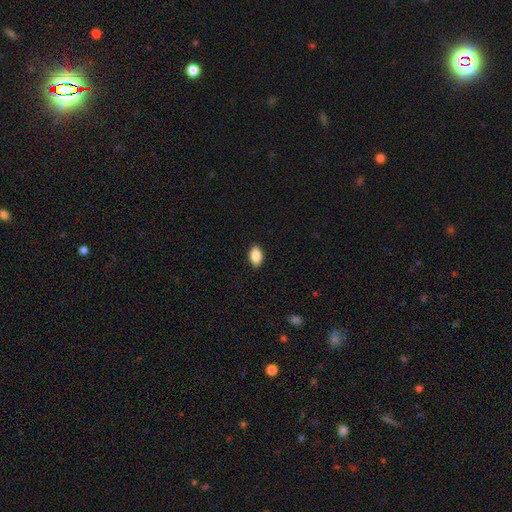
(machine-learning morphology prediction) smooth 88%, star or artifact 7%, featured or disk 5%. Down the decision tree: how rounded — in between (91%); merging — none (89%).